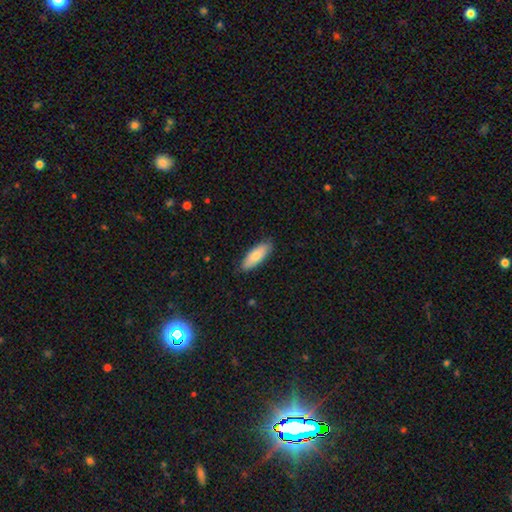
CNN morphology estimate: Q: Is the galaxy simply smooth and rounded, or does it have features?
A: smooth — 82%.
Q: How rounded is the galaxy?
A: in between — 68%.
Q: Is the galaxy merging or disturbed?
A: none — 86%.